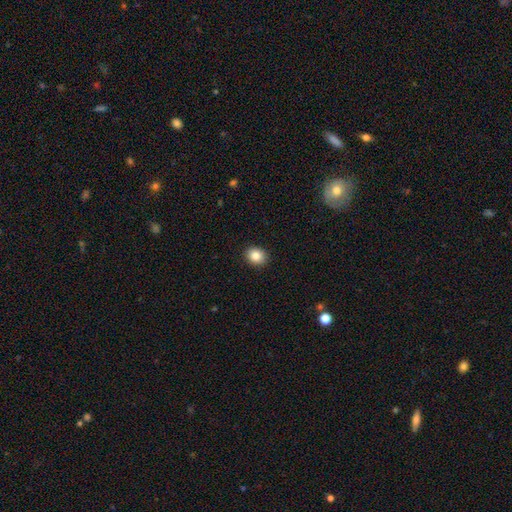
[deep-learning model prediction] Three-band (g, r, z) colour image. It shows a smooth galaxy with no disk features (84%) that is round (62%). Merging: none (92%).